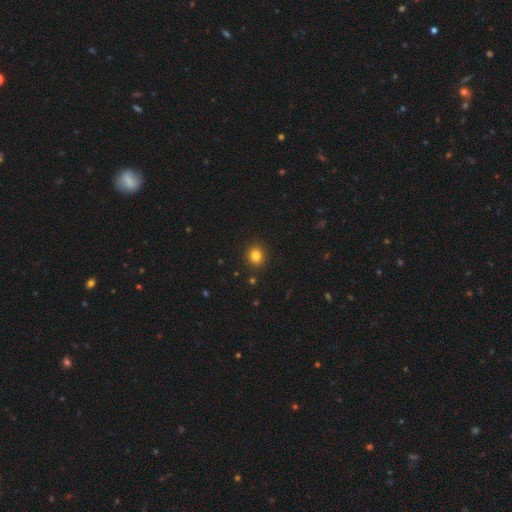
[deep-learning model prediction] Morphology: type=smooth (83%); roundness=round (85%); merging=none (91%).